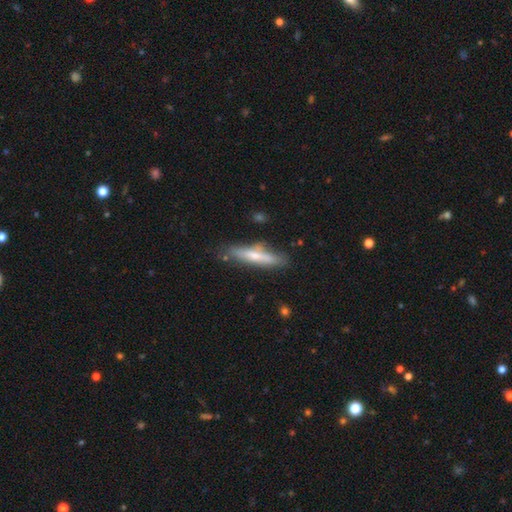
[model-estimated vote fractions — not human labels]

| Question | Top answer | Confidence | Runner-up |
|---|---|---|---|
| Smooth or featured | smooth | 53% | featured or disk (41%) |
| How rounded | cigar-shaped | 84% | in between (14%) |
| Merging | none | 75% | minor disturbance (16%) |